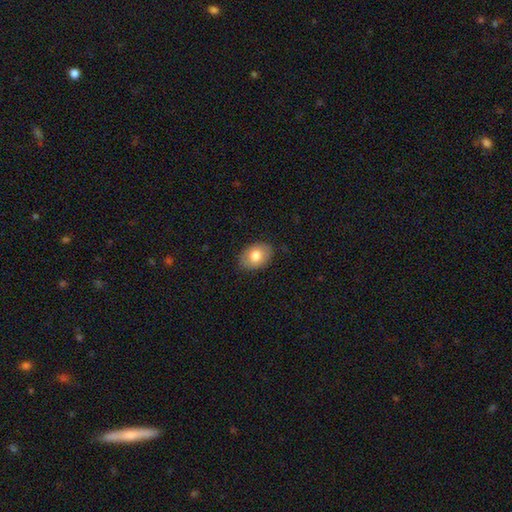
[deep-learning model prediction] A smooth galaxy with no disk features (78%) that is in between round and cigar-shaped (81%). Merging: none (86%).